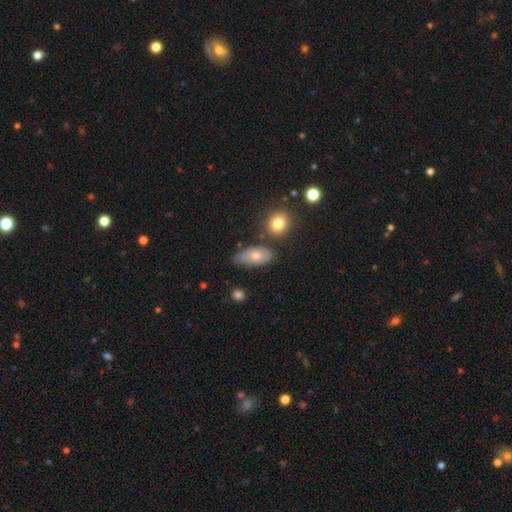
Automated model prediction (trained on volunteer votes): Smooth or featured?
  - smooth: 69% *
  - featured or disk: 24%
  - star or artifact: 7%
How rounded?
  - in between: 89% *
  - round: 6%
  - cigar-shaped: 5%
Merging?
  - none: 57% *
  - minor disturbance: 27%
  - merger: 8%
  - major disturbance: 8%